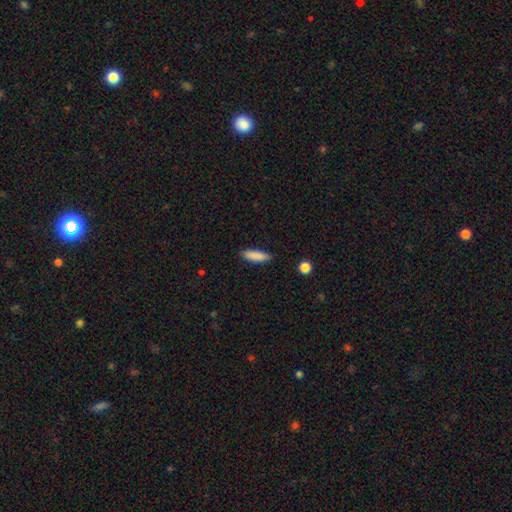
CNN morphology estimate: smooth_or_featured: smooth (p=0.87) [alt: featured or disk p=0.07]
how_rounded: cigar-shaped (p=0.62) [alt: in between p=0.37]
merging: none (p=0.87) [alt: minor disturbance p=0.10]